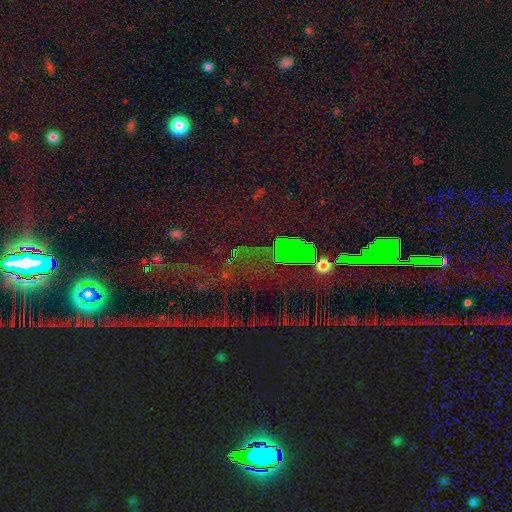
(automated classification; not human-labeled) Q: Smooth or featured?
A: star or artifact (81%); runner-up: smooth (11%)